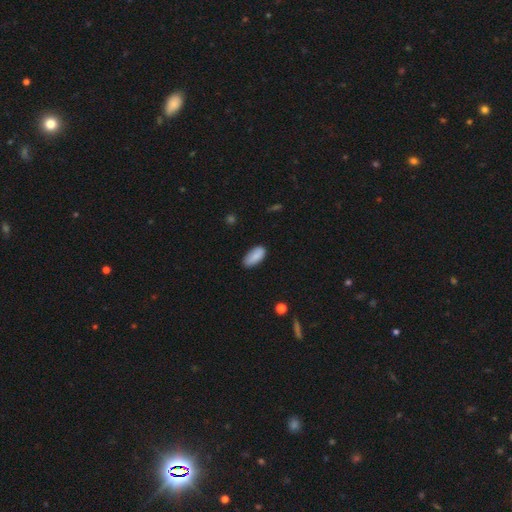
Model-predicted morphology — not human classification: Overall: smooth (87%). How rounded: in between (90%). Merging: none (78%).